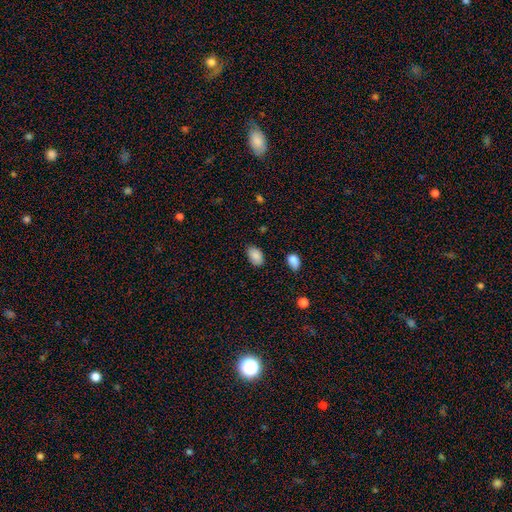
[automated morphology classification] Smooth or featured: smooth — 87% (star or artifact — 8%)
How rounded: in between — 90% (round — 9%)
Merging: none — 78% (minor disturbance — 16%)